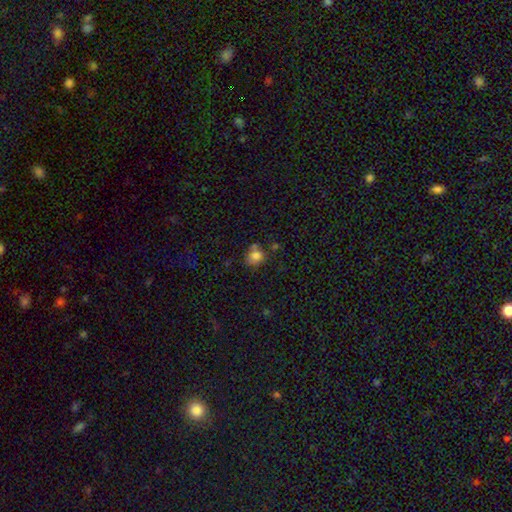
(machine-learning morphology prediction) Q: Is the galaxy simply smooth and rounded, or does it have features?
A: smooth — 78%.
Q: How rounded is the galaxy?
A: round — 60%.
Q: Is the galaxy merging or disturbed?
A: none — 55%.